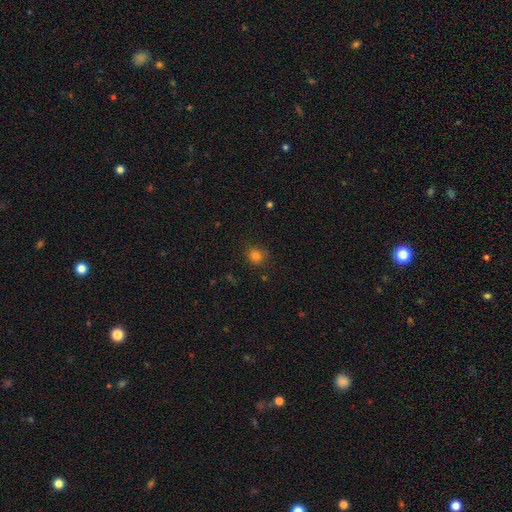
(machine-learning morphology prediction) smooth 81%, star or artifact 14%, featured or disk 5%. Down the decision tree: how rounded — round (79%); merging — none (83%).